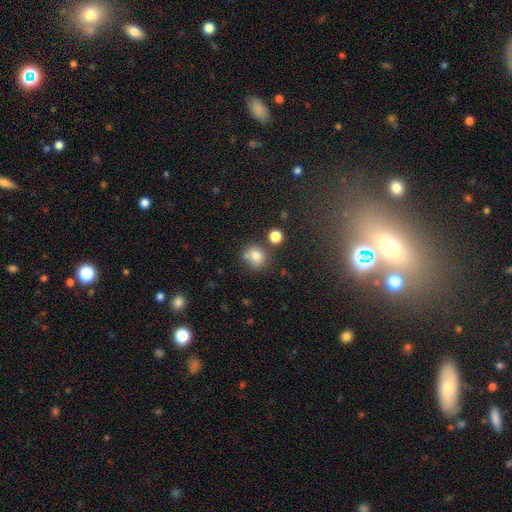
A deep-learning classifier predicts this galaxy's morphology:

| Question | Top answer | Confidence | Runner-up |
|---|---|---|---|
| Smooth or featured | smooth | 76% | star or artifact (13%) |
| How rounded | round | 84% | in between (15%) |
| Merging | none | 63% | merger (20%) |